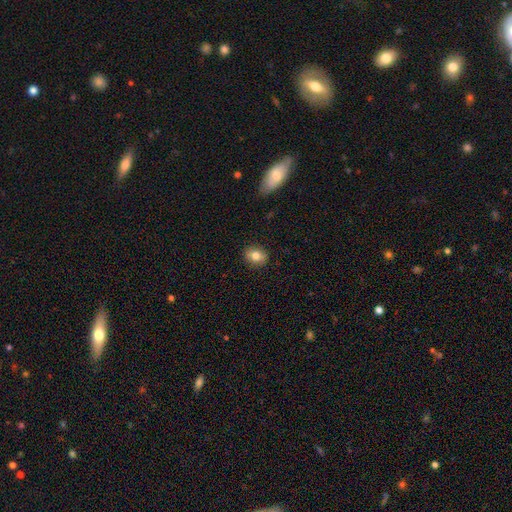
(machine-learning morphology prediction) Smooth or featured? smooth (80%)
How rounded? round (54%)
Merging? none (88%)